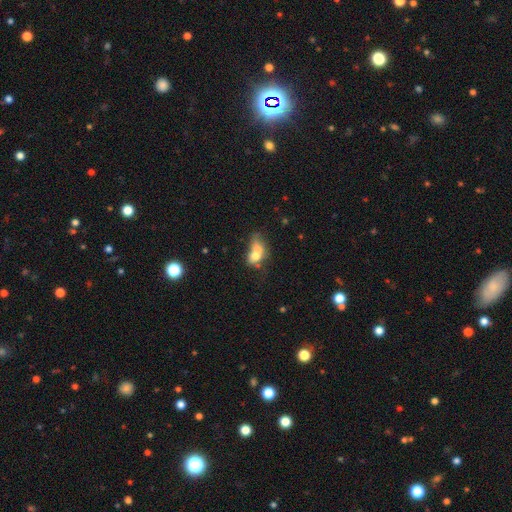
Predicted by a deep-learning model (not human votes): Q: Smooth or featured?
A: smooth (64%); runner-up: featured or disk (25%)
Q: How rounded?
A: in between (73%); runner-up: round (24%)
Q: Merging?
A: merger (40%); runner-up: major disturbance (22%)